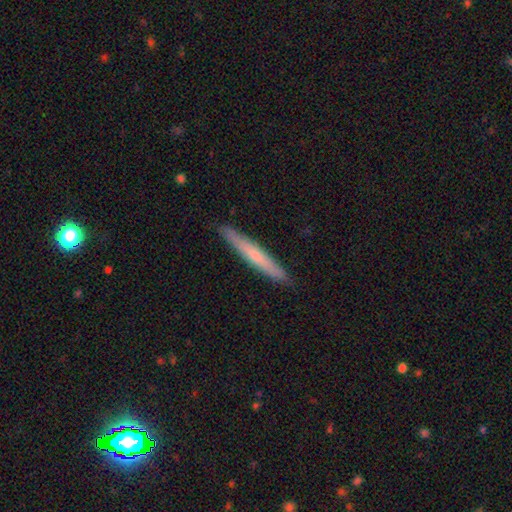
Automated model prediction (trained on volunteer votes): A smooth galaxy with no disk features (54%) that is cigar-shaped (96%). Merging: none (91%).